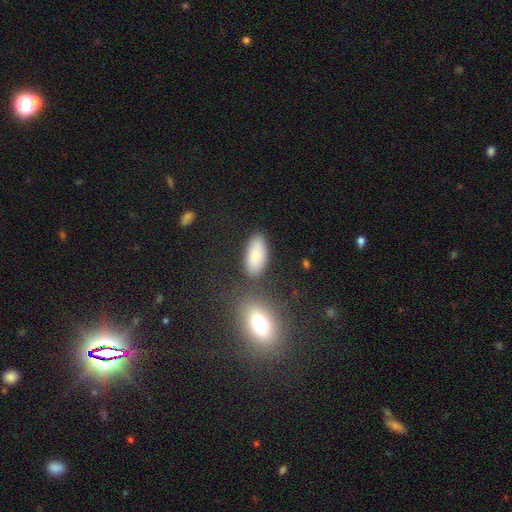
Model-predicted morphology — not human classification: Overall: smooth (80%). How rounded: in between (89%). Merging: none (77%).